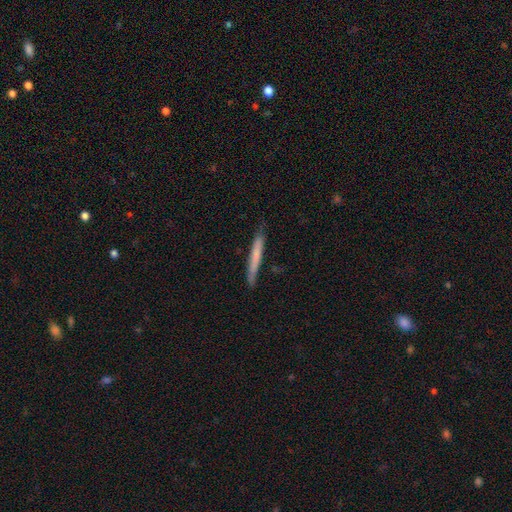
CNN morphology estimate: A smooth galaxy with no disk features (64%) that is cigar-shaped (96%).

Vote fractions:
- Smooth or featured? smooth: 64% / featured or disk: 31% / star or artifact: 5%
- How rounded? cigar-shaped: 96% / in between: 2% / round: 1%
- Merging? none: 82% / minor disturbance: 15% / major disturbance: 2% / merger: 1%